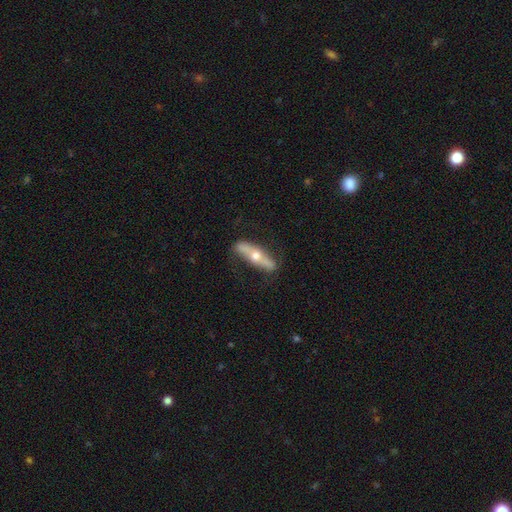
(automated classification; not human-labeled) This is possibly a featured or disk galaxy (60%). It is likely viewed edge-on (72%). Merging: likely none (80%).